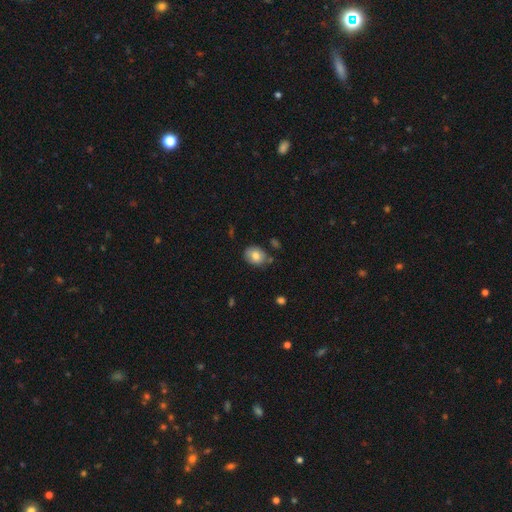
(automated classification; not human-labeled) Morphology: type=smooth (77%); roundness=in between (51%); merging=none (73%).